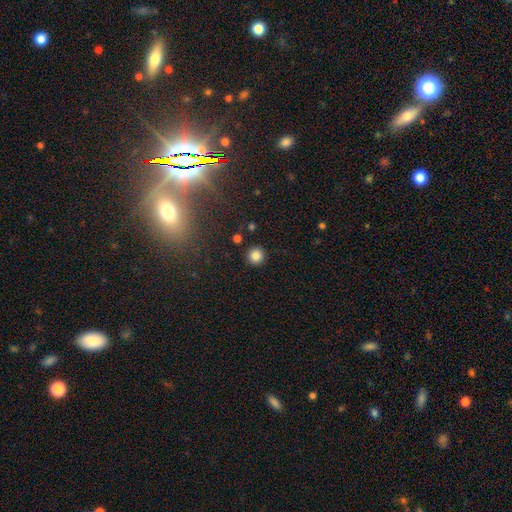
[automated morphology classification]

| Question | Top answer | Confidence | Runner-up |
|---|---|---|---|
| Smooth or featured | smooth | 84% | star or artifact (12%) |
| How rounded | round | 95% | in between (4%) |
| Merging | none | 91% | minor disturbance (5%) |